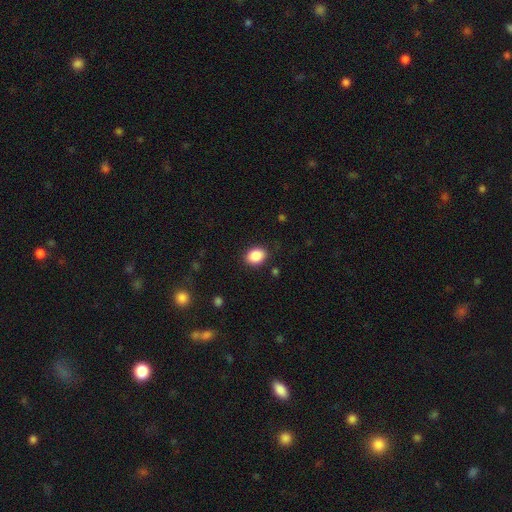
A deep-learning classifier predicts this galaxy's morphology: Smooth or featured? Predicted: smooth (p=0.88). How rounded? Predicted: in between (p=0.59). Merging? Predicted: none (p=0.87).